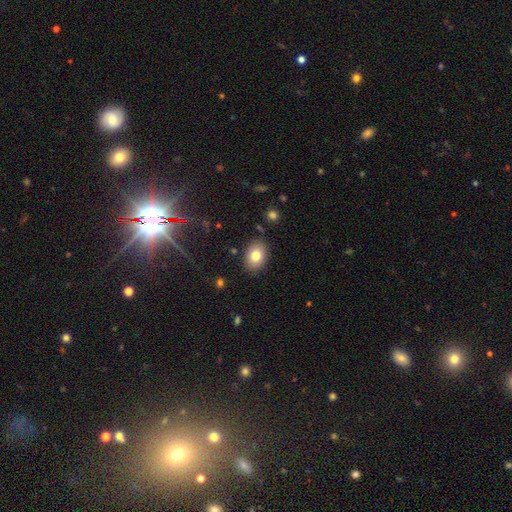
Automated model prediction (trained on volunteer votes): Smooth or featured?
  - smooth: 79% *
  - featured or disk: 13%
  - star or artifact: 9%
How rounded?
  - in between: 77% *
  - round: 22%
  - cigar-shaped: 1%
Merging?
  - none: 87% *
  - minor disturbance: 9%
  - major disturbance: 2%
  - merger: 2%